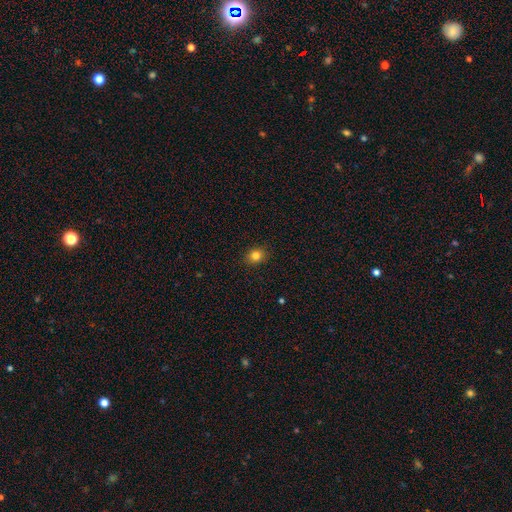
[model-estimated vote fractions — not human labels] Morphology: type=smooth (81%); roundness=round (59%); merging=none (90%).